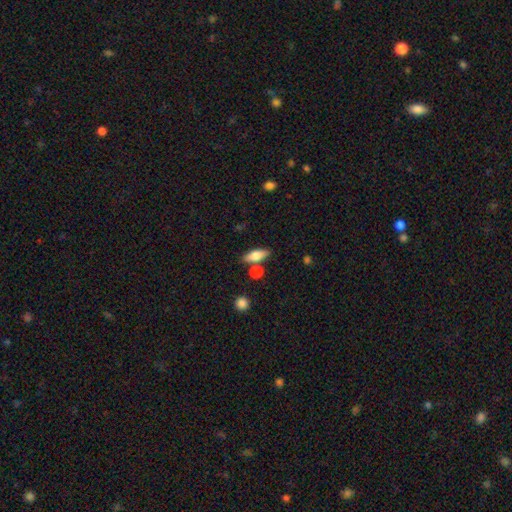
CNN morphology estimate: smooth_or_featured: smooth (p=0.73) [alt: featured or disk p=0.19]
how_rounded: in between (p=0.68) [alt: cigar-shaped p=0.28]
merging: none (p=0.74) [alt: merger p=0.12]